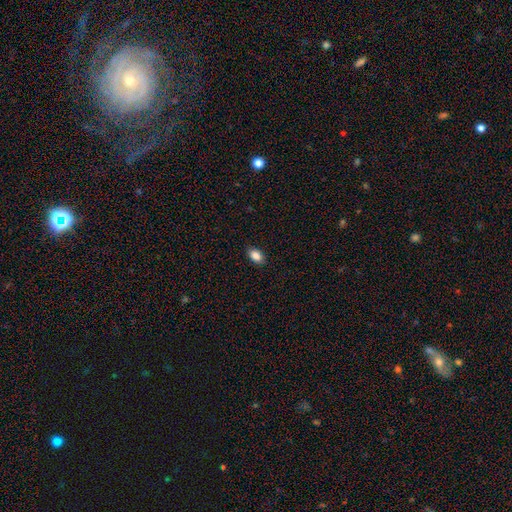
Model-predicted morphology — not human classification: smooth-or-featured: smooth: 88% | star or artifact: 8% | featured or disk: 4%
  how-rounded: in between: 88% | round: 11% | cigar-shaped: 2%
  merging: none: 89% | minor disturbance: 8% | major disturbance: 2% | merger: 1%